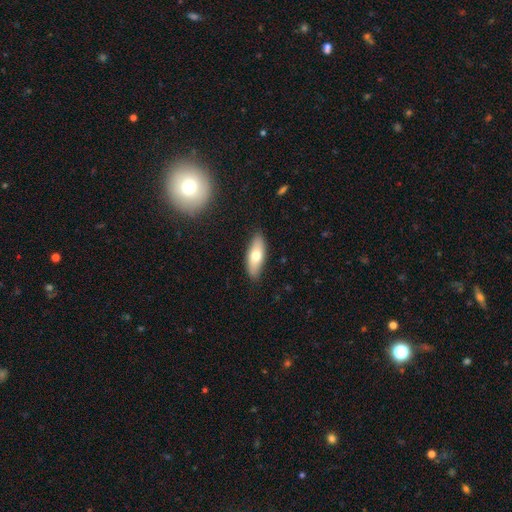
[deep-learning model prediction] Smooth or featured? smooth (69%)
How rounded? in between (74%)
Merging? none (87%)